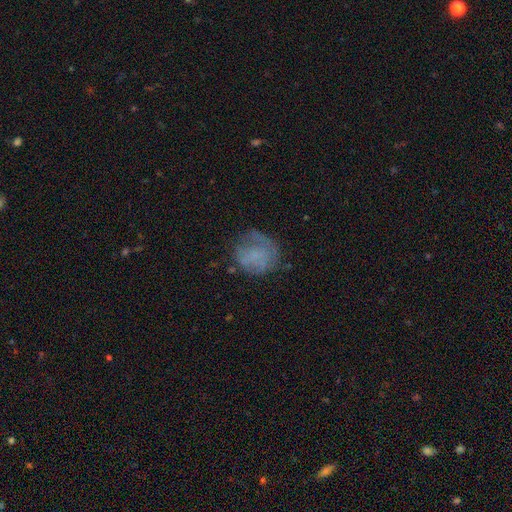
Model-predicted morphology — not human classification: A smooth galaxy with no disk features (53%) that is round (75%). Merging: none (55%).